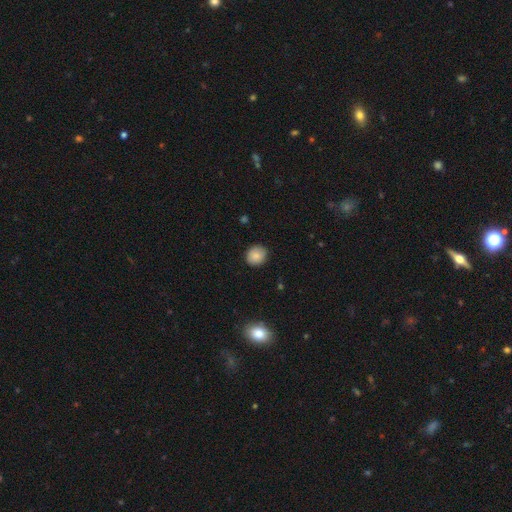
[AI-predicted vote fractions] This is clearly a smooth galaxy (86%). How rounded: likely round (78%). Merging: clearly none (88%).